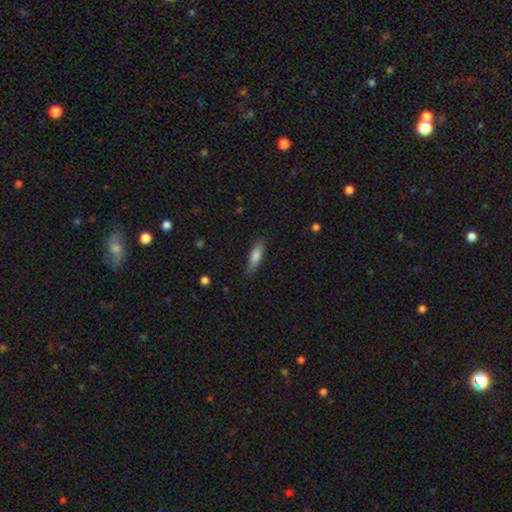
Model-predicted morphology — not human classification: Q: Smooth or featured?
A: smooth (80%); runner-up: featured or disk (13%)
Q: How rounded?
A: cigar-shaped (55%); runner-up: in between (43%)
Q: Merging?
A: none (84%); runner-up: minor disturbance (12%)